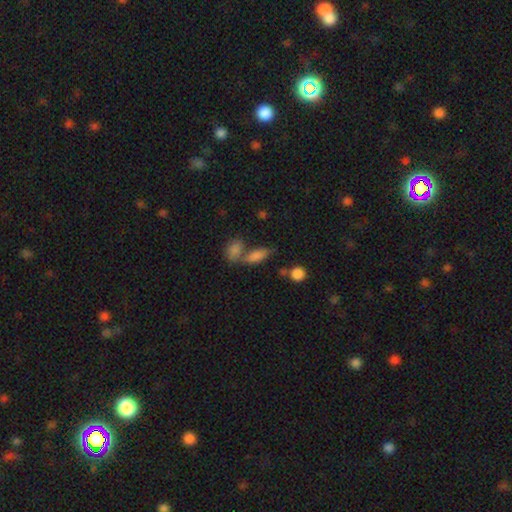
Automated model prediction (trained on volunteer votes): A smooth galaxy with no disk features (77%) that is in between round and cigar-shaped (78%).

Vote fractions:
- Smooth or featured? smooth: 77% / featured or disk: 12% / star or artifact: 11%
- How rounded? in between: 78% / cigar-shaped: 16% / round: 6%
- Merging? merger: 44% / none: 38% / minor disturbance: 12% / major disturbance: 6%